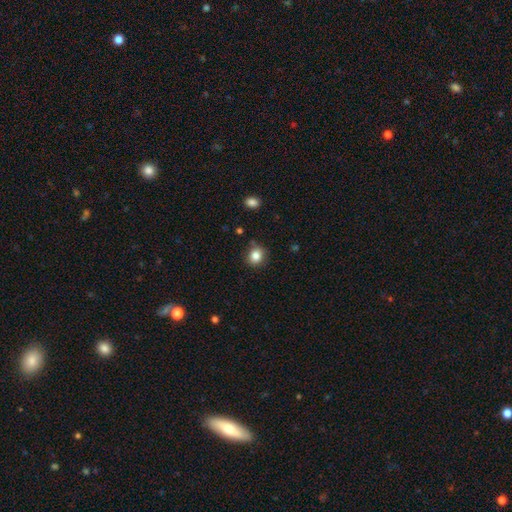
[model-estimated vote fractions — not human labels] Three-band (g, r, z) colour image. It shows a smooth galaxy with no disk features (84%) that is round (77%). Merging: none (82%).